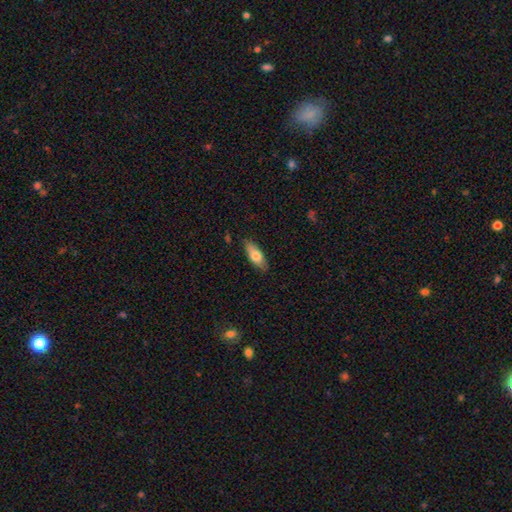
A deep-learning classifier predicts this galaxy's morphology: type=smooth (71%); roundness=in between (68%); merging=none (84%).